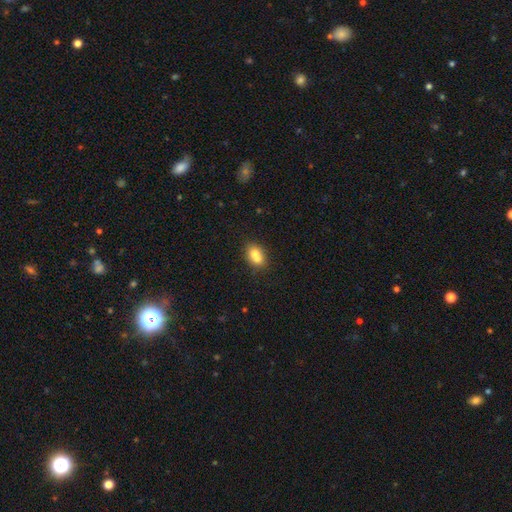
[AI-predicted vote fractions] This appears to be a smooth galaxy with no disk features (71%) that is in between round and cigar-shaped (61%). Merging: merger (51%).